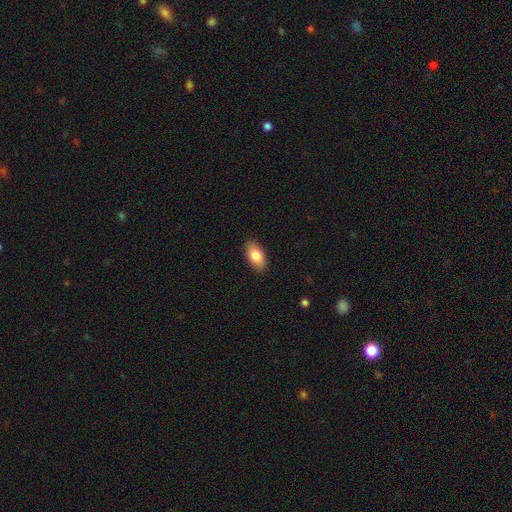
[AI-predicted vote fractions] Smooth or featured?
  - smooth: 83% *
  - featured or disk: 10%
  - star or artifact: 7%
How rounded?
  - in between: 93% *
  - round: 4%
  - cigar-shaped: 3%
Merging?
  - none: 88% *
  - minor disturbance: 9%
  - major disturbance: 2%
  - merger: 1%